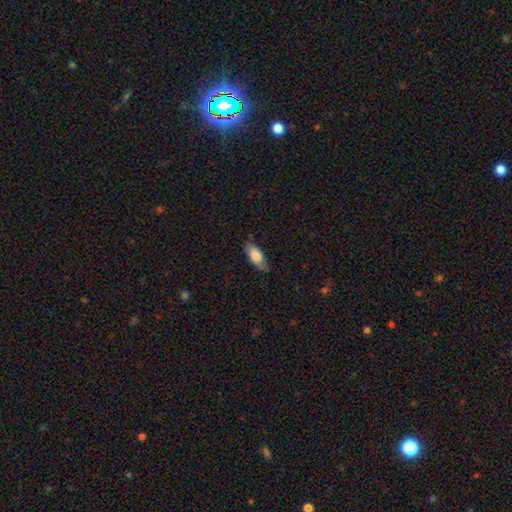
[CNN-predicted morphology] Smooth or featured?
  - smooth: 71% *
  - featured or disk: 22%
  - star or artifact: 7%
How rounded?
  - in between: 79% *
  - cigar-shaped: 18%
  - round: 3%
Merging?
  - none: 72% *
  - minor disturbance: 22%
  - major disturbance: 5%
  - merger: 1%